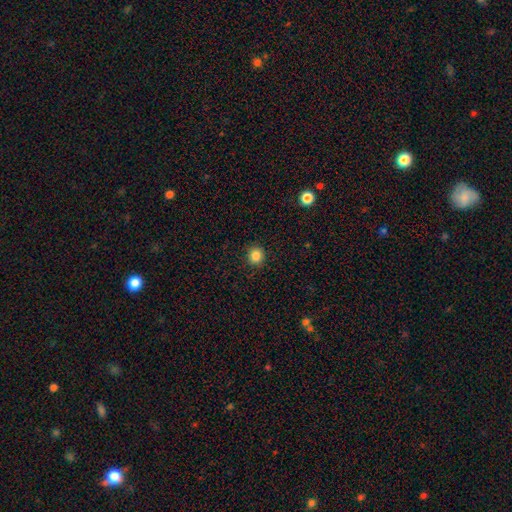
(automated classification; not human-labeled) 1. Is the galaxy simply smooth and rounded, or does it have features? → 85% smooth, 11% star or artifact, 4% featured or disk.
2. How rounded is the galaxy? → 86% round, 13% in between, 1% cigar-shaped.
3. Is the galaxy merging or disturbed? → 91% none, 6% minor disturbance, 2% major disturbance, 1% merger.